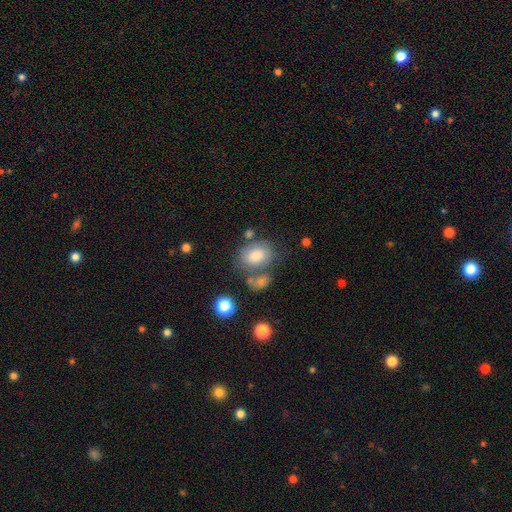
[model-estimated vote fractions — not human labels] Smooth or featured? Predicted: smooth (p=0.73). How rounded? Predicted: in between (p=0.72). Merging? Predicted: none (p=0.53).